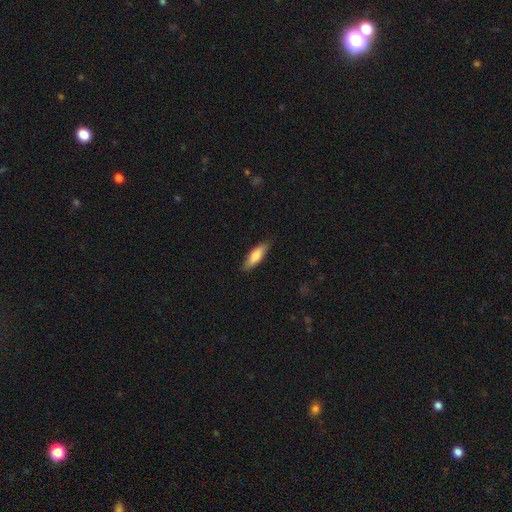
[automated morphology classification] smooth-or-featured: smooth: 80% | featured or disk: 14% | star or artifact: 5%
  how-rounded: in between: 55% | cigar-shaped: 43% | round: 2%
  merging: none: 82% | minor disturbance: 14% | major disturbance: 2% | merger: 1%